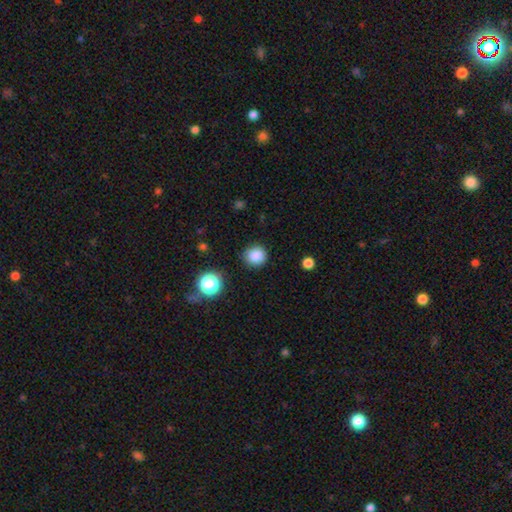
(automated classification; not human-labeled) smooth_or_featured: smooth (p=0.85) [alt: star or artifact p=0.12]
how_rounded: round (p=0.89) [alt: in between p=0.10]
merging: none (p=0.85) [alt: minor disturbance p=0.10]